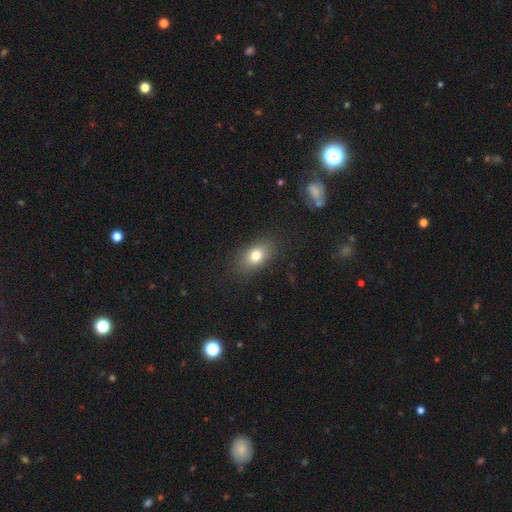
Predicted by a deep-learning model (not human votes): Smooth or featured? smooth (78%)
How rounded? in between (80%)
Merging? none (84%)